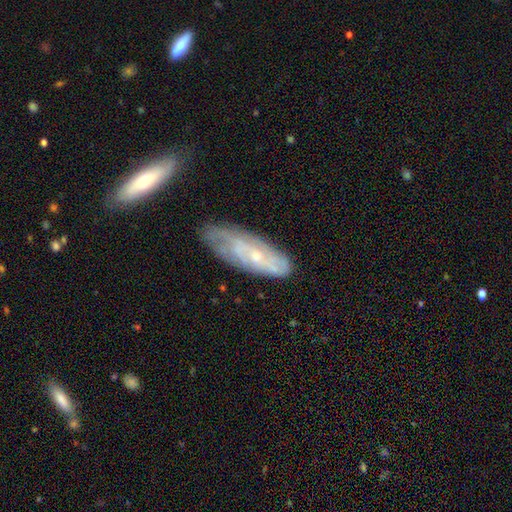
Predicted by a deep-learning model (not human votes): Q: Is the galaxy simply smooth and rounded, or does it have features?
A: featured or disk — 66%.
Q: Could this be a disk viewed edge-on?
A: no — 82%.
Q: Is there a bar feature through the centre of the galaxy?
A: no — 70%.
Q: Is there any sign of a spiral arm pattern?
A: yes — 79%.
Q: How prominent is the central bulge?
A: small — 70%.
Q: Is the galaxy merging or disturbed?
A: none — 63%.